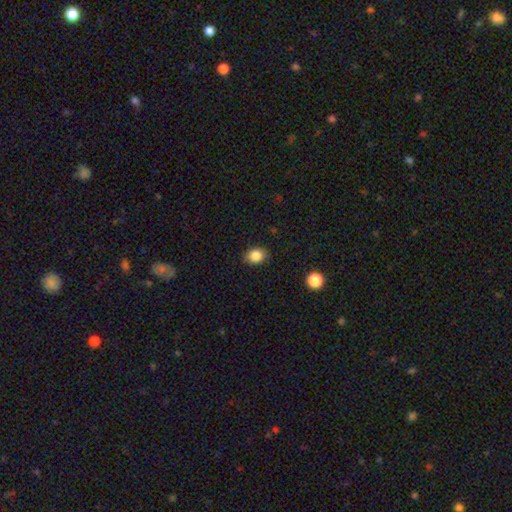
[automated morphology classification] Overall: smooth (85%). How rounded: in between (58%; round 41%). Merging: none (87%).